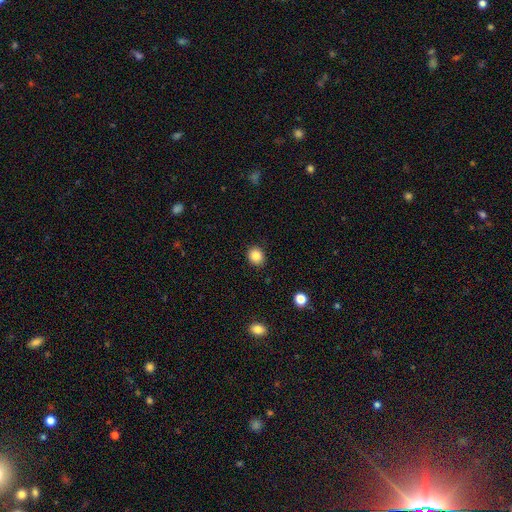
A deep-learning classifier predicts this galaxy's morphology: Smooth or featured? smooth (86%)
How rounded? round (73%)
Merging? none (89%)